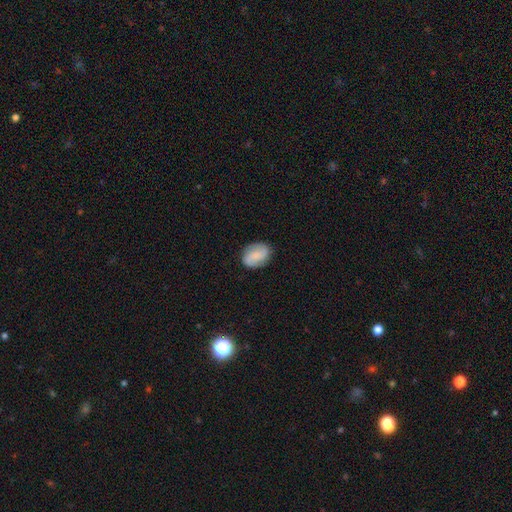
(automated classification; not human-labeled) A smooth galaxy with no disk features (54%) that is in between round and cigar-shaped (75%). Merging: none (83%).